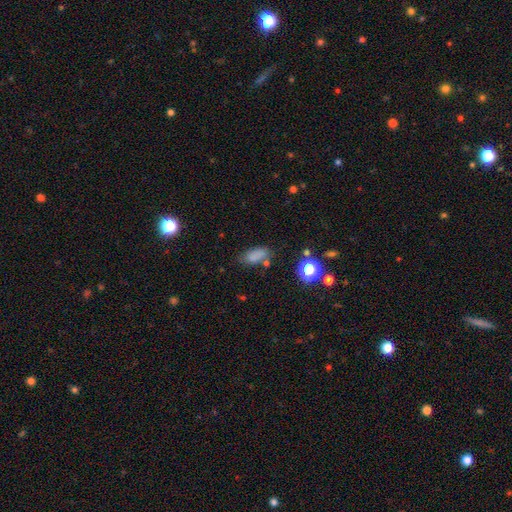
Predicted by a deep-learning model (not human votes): Morphology: type=smooth (78%); roundness=in between (82%); merging=none (65%).